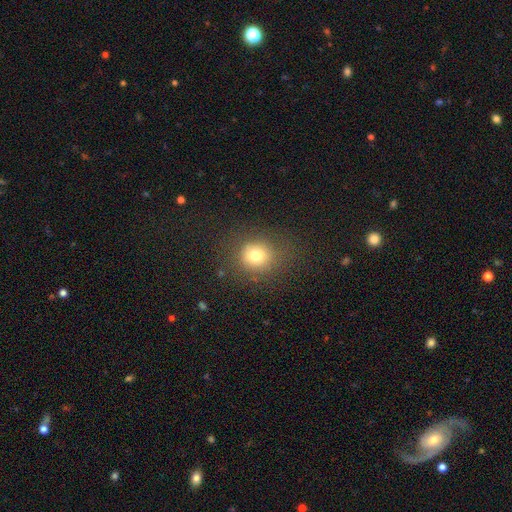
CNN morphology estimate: A smooth galaxy with no disk features (75%) that is round (83%).

Vote fractions:
- Smooth or featured? smooth: 75% / star or artifact: 15% / featured or disk: 10%
- How rounded? round: 83% / in between: 16% / cigar-shaped: 1%
- Merging? none: 80% / minor disturbance: 12% / major disturbance: 7% / merger: 2%